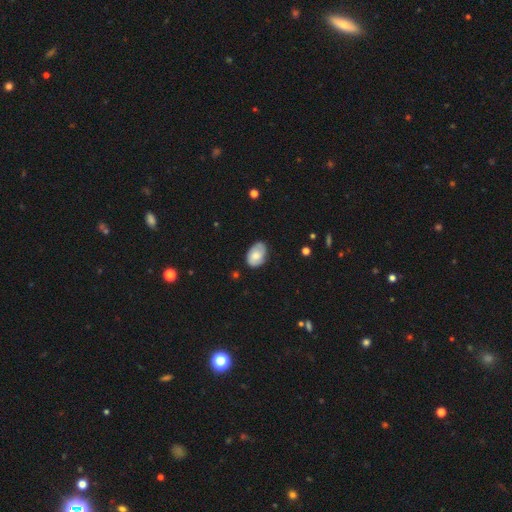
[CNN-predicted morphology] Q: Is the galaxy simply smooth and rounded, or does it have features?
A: smooth — 67%.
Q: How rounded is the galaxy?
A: in between — 87%.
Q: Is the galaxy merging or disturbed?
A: none — 72%.